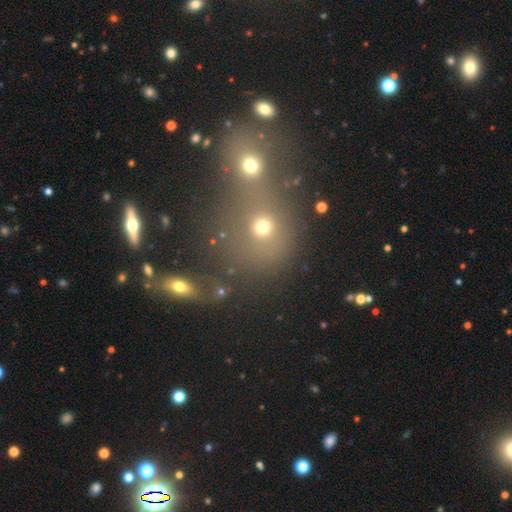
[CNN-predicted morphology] Smooth or featured? smooth (47%)
Merging? merger (46%)